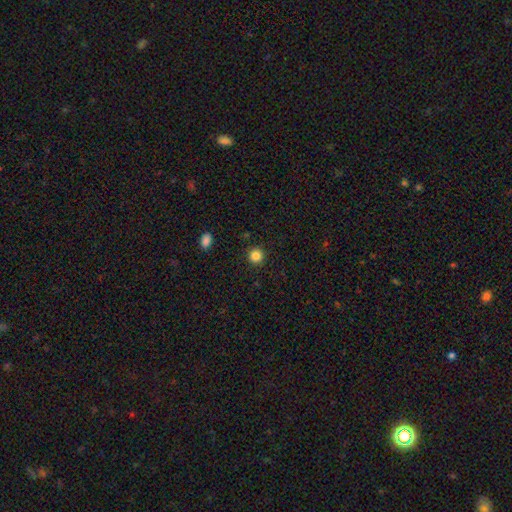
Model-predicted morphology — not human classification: smooth_or_featured: smooth (p=0.84) [alt: star or artifact p=0.12]
how_rounded: round (p=0.94) [alt: in between p=0.05]
merging: none (p=0.92) [alt: minor disturbance p=0.05]